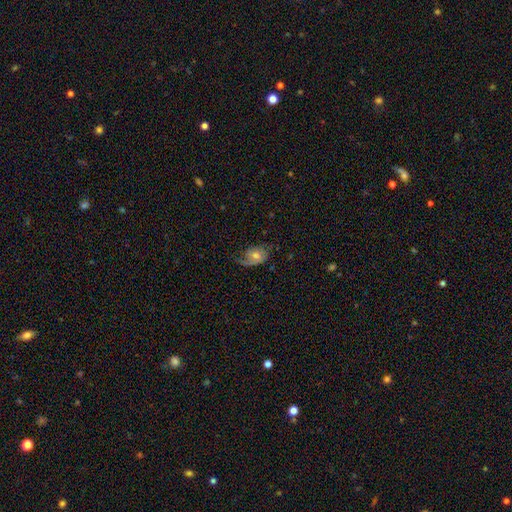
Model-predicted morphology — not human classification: A featured or disk galaxy (60%) with no bar (66%), spiral arms (82%) and a moderate central bulge (62%). Merging: none (50%).